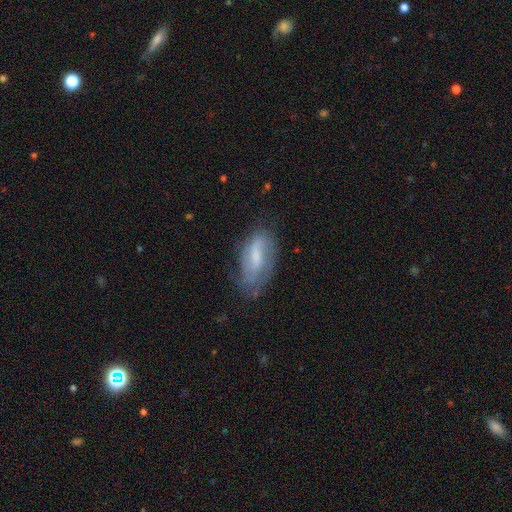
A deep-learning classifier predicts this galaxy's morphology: Q: Smooth or featured?
A: featured or disk (53%); runner-up: smooth (39%)
Q: Edge-on disk?
A: no (89%); runner-up: yes (11%)
Q: Merging?
A: none (60%); runner-up: minor disturbance (26%)